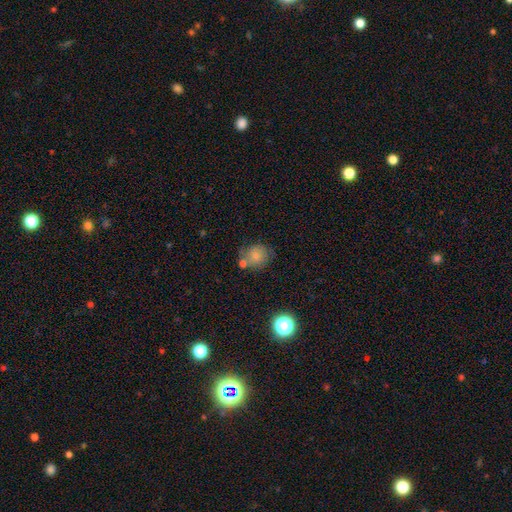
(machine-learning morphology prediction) Q: Smooth or featured?
A: smooth (76%); runner-up: featured or disk (14%)
Q: How rounded?
A: round (76%); runner-up: in between (23%)
Q: Merging?
A: none (58%); runner-up: merger (19%)